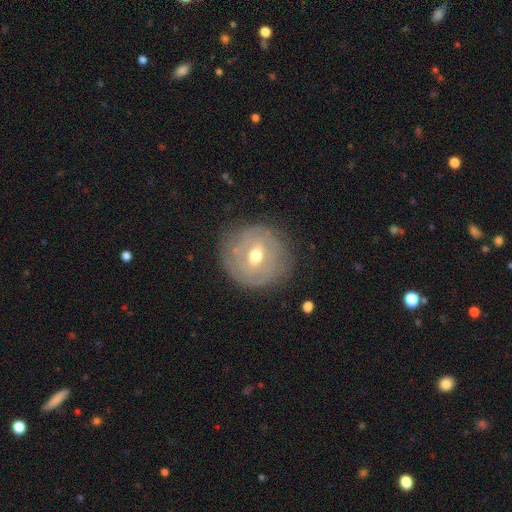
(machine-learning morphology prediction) A featured or disk galaxy (67%) with a weak bar (51%), spiral arms (62%) and a moderate central bulge (71%).

Vote fractions:
- Smooth or featured? featured or disk: 67% / smooth: 26% / star or artifact: 7%
- Edge-on disk? no: 95% / yes: 5%
- Bar? weak: 51% / no: 30% / strong: 19%
- Spiral arms? yes: 62% / no: 38%
- Bulge size? moderate: 71% / small: 23% / large: 4% / dominant: 1% / none: 1%
- Merging? none: 79% / minor disturbance: 14% / major disturbance: 5% / merger: 1%